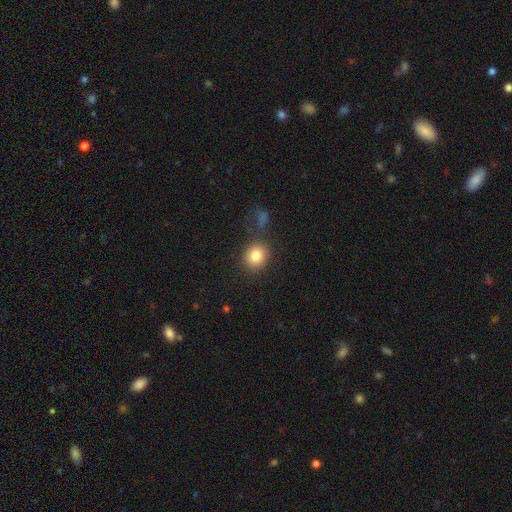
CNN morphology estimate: A smooth galaxy with no disk features (83%) that is round (78%).

Vote fractions:
- Smooth or featured? smooth: 83% / star or artifact: 10% / featured or disk: 7%
- How rounded? round: 78% / in between: 21% / cigar-shaped: 1%
- Merging? none: 79% / minor disturbance: 11% / merger: 5% / major disturbance: 5%